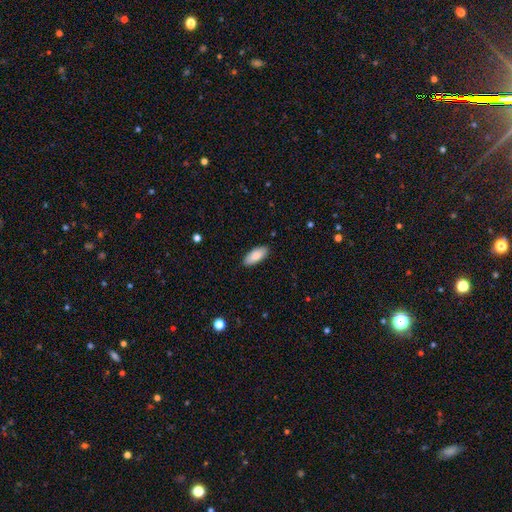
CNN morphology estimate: Smooth or featured? smooth (86%)
How rounded? in between (85%)
Merging? none (88%)